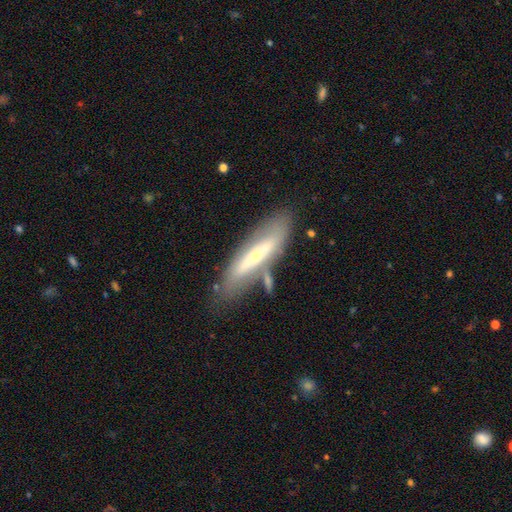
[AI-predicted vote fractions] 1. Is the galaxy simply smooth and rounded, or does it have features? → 56% featured or disk, 37% smooth, 7% star or artifact.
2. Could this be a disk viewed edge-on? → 51% yes, 49% no.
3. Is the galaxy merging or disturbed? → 62% none, 18% minor disturbance, 12% merger, 7% major disturbance.